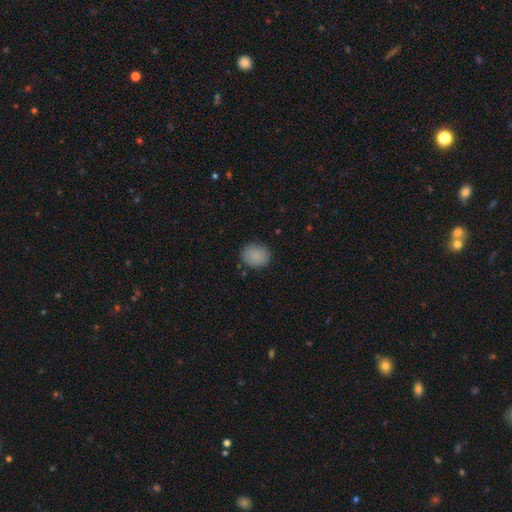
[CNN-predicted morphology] smooth 86%, star or artifact 8%, featured or disk 5%. Down the decision tree: how rounded — round (68%); merging — none (86%).